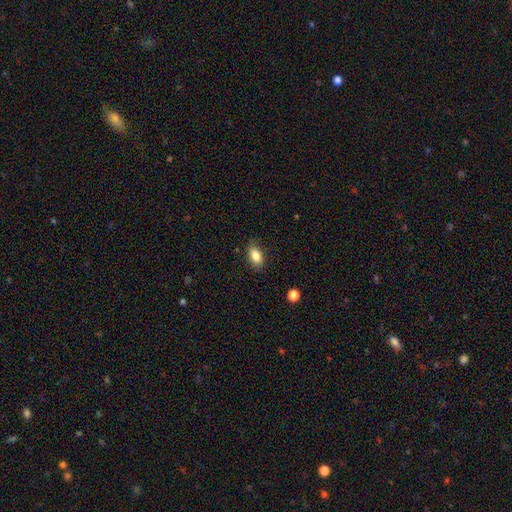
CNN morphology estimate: smooth 85%, star or artifact 8%, featured or disk 7%. Down the decision tree: how rounded — in between (90%); merging — none (82%).